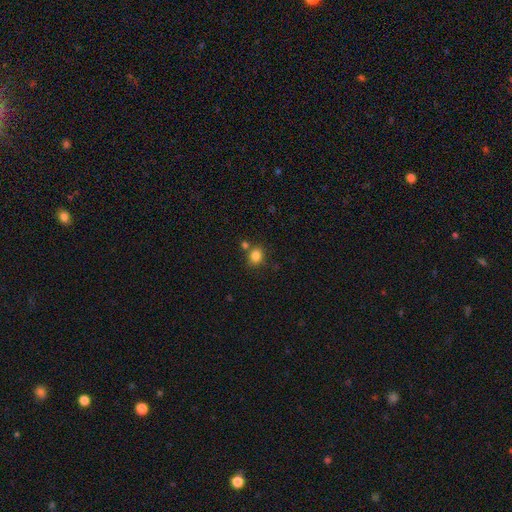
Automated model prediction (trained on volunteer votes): The model was most divided on "how rounded": round: 66%, in between: 33%, cigar-shaped: 1%. More confident: smooth or featured — smooth (83%); merging — none (71%).